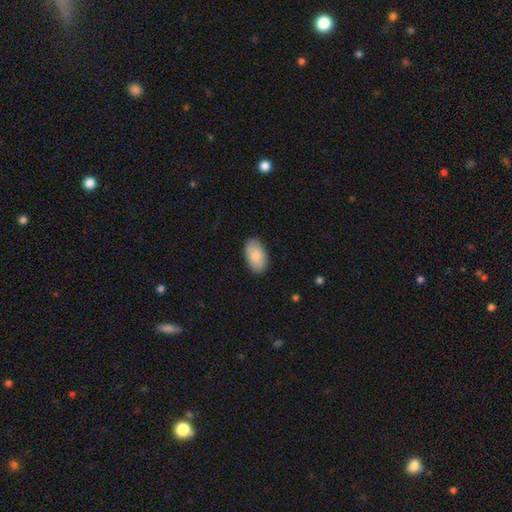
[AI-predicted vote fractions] This is clearly a smooth galaxy (84%). How rounded: clearly in between (95%). Merging: clearly none (87%).